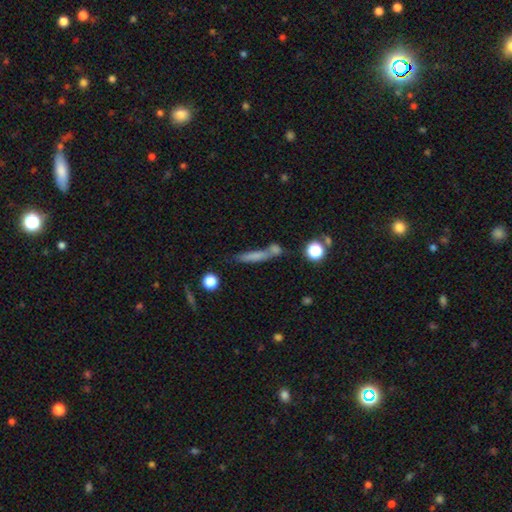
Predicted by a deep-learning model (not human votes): smooth-or-featured: smooth: 65% | featured or disk: 23% | star or artifact: 12%
  how-rounded: cigar-shaped: 85% | in between: 11% | round: 4%
  merging: none: 53% | merger: 26% | minor disturbance: 14% | major disturbance: 7%